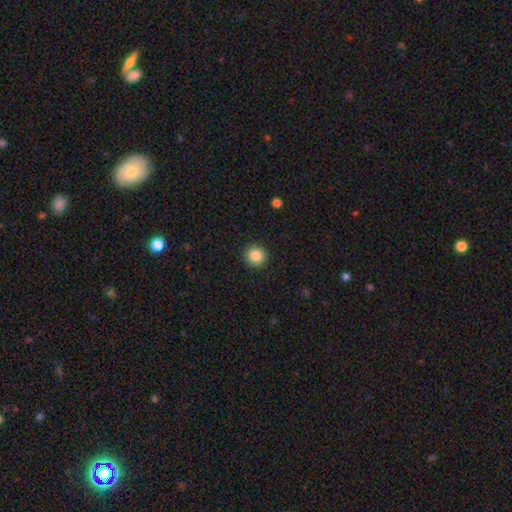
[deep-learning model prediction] Morphology: type=smooth (86%); roundness=round (93%); merging=none (92%).